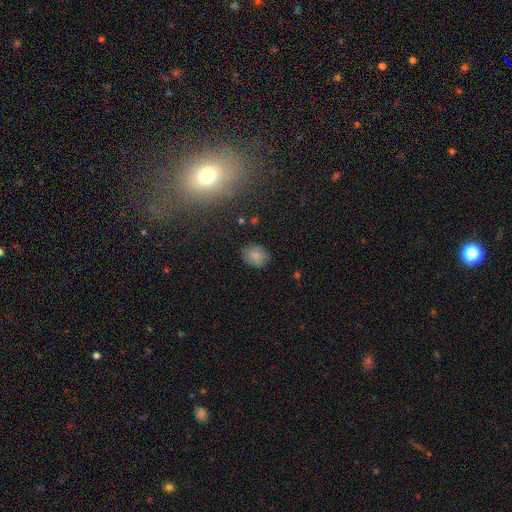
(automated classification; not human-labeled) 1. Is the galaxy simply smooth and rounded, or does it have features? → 80% smooth, 10% featured or disk, 10% star or artifact.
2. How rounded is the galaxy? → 50% round, 49% in between, 1% cigar-shaped.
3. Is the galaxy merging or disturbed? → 84% none, 12% minor disturbance, 3% major disturbance, 1% merger.